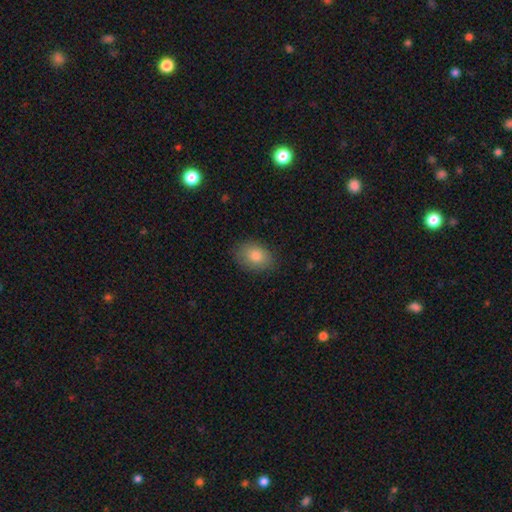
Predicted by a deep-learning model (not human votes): Q: Smooth or featured?
A: smooth (81%); runner-up: featured or disk (10%)
Q: How rounded?
A: in between (69%); runner-up: round (30%)
Q: Merging?
A: none (84%); runner-up: minor disturbance (12%)